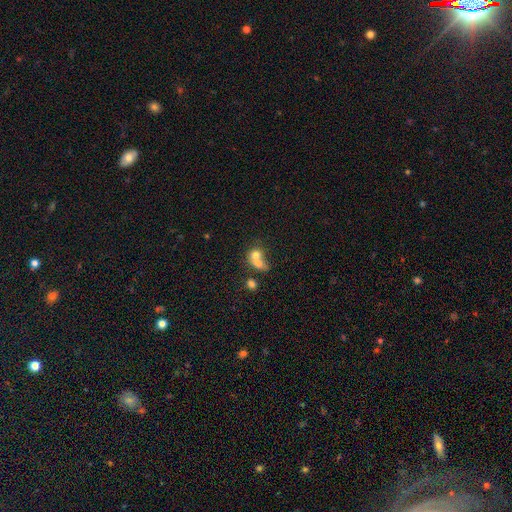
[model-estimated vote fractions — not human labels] This appears to be a smooth galaxy with no disk features (69%) that is round (63%). Merging: merger (68%).